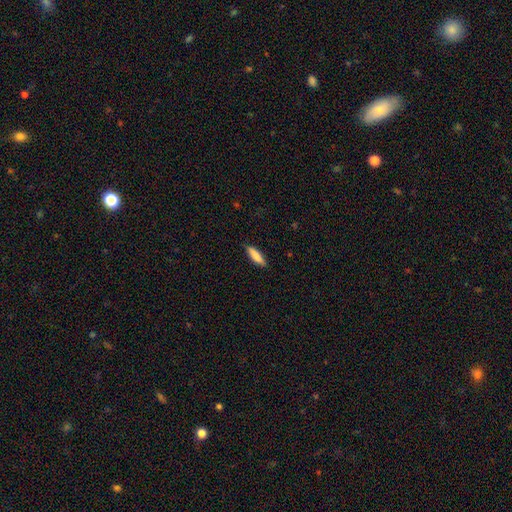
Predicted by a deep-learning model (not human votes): Smooth or featured? Predicted: smooth (p=0.84). How rounded? Predicted: cigar-shaped (p=0.64). Merging? Predicted: none (p=0.86).